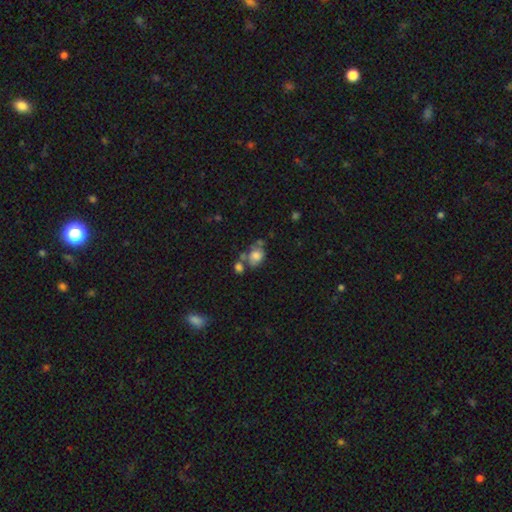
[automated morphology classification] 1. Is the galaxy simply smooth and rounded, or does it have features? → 69% smooth, 20% featured or disk, 11% star or artifact.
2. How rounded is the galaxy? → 56% in between, 42% round, 1% cigar-shaped.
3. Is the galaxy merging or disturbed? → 37% none, 33% merger, 19% minor disturbance, 11% major disturbance.